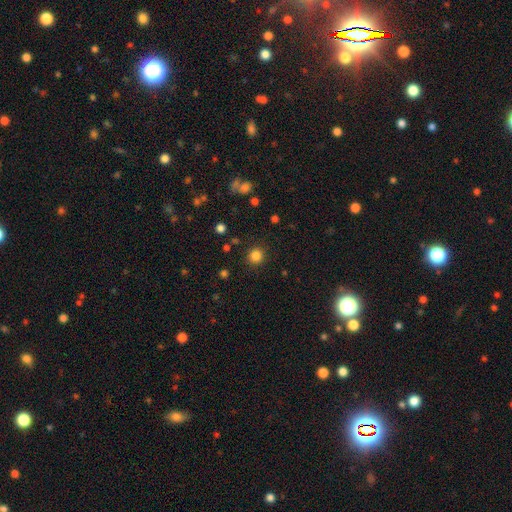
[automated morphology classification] smooth 83%, star or artifact 13%, featured or disk 4%. Down the decision tree: how rounded — round (92%); merging — none (89%).